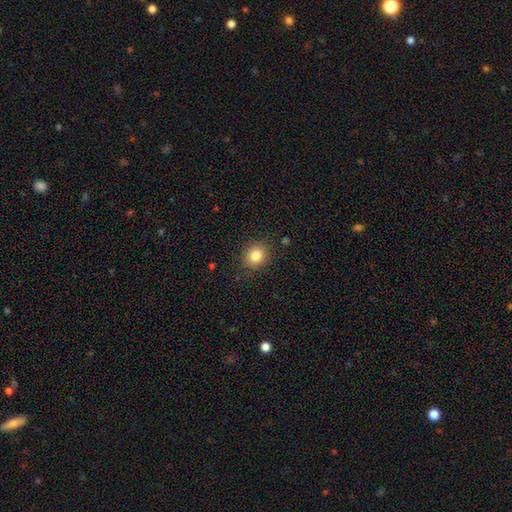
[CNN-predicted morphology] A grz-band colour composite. It shows a smooth galaxy with no disk features (83%) that is round (77%). Merging: none (87%).